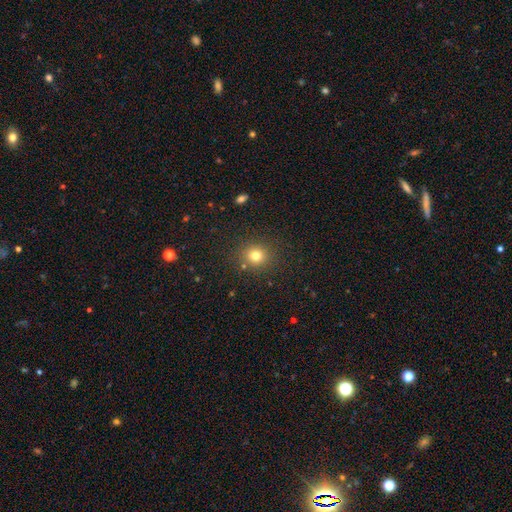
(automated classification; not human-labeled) Smooth or featured?
  - smooth: 77% *
  - star or artifact: 16%
  - featured or disk: 7%
How rounded?
  - round: 86% *
  - in between: 13%
  - cigar-shaped: 1%
Merging?
  - none: 86% *
  - minor disturbance: 8%
  - major disturbance: 3%
  - merger: 3%